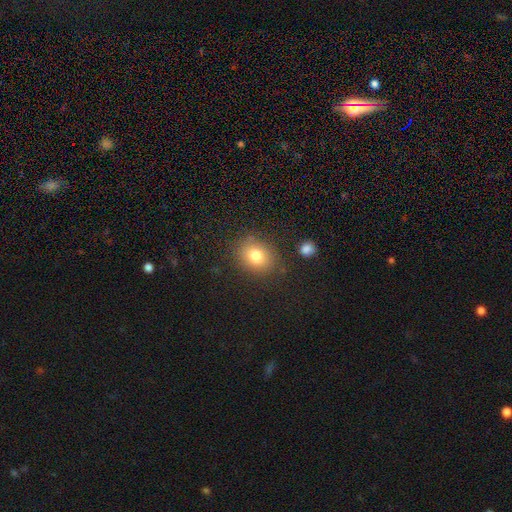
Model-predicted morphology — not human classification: Smooth or featured? Predicted: smooth (p=0.78). How rounded? Predicted: round (p=0.57). Merging? Predicted: none (p=0.81).